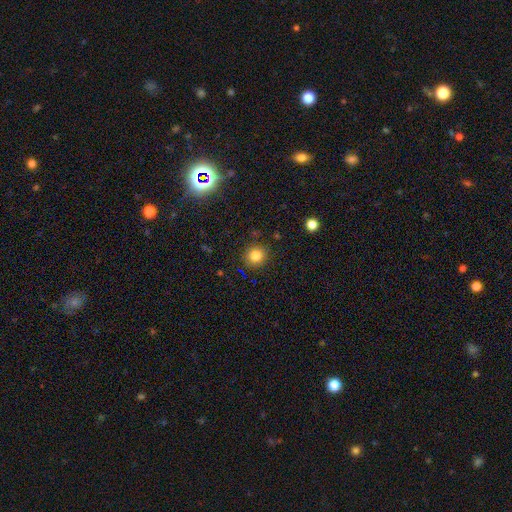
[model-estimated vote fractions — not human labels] Smooth or featured? Predicted: smooth (p=0.81). How rounded? Predicted: round (p=0.89). Merging? Predicted: none (p=0.88).